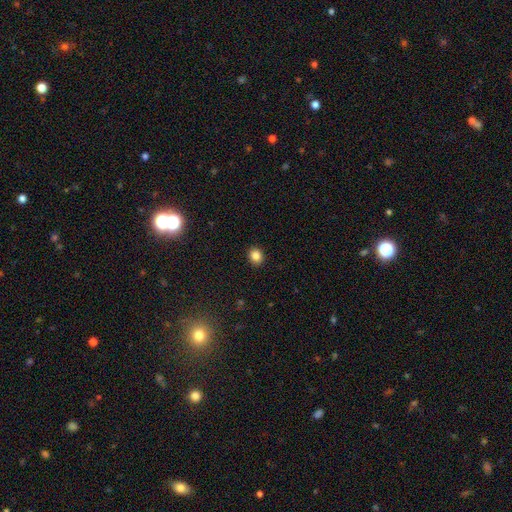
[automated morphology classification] This appears to be a smooth galaxy with no disk features (84%) that is round (72%). Merging: none (92%).